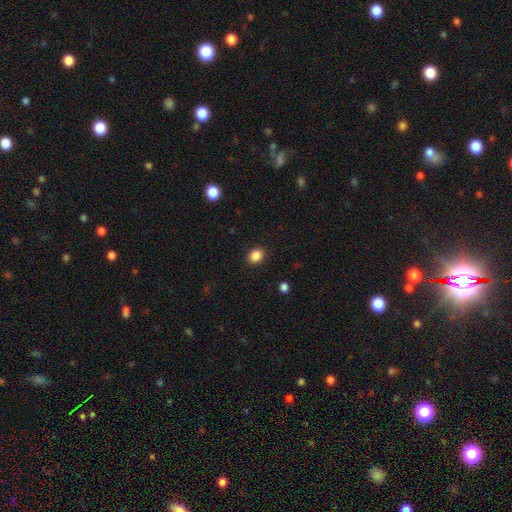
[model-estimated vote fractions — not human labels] smooth 87%, star or artifact 10%, featured or disk 3%. Down the decision tree: how rounded — round (55%); merging — none (90%).